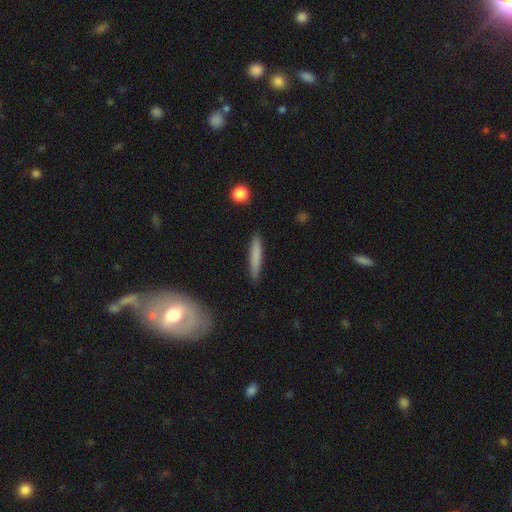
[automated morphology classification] The model was most divided on "smooth or featured": smooth: 76%, featured or disk: 18%, star or artifact: 6%. More confident: how rounded — cigar-shaped (93%); merging — none (90%).